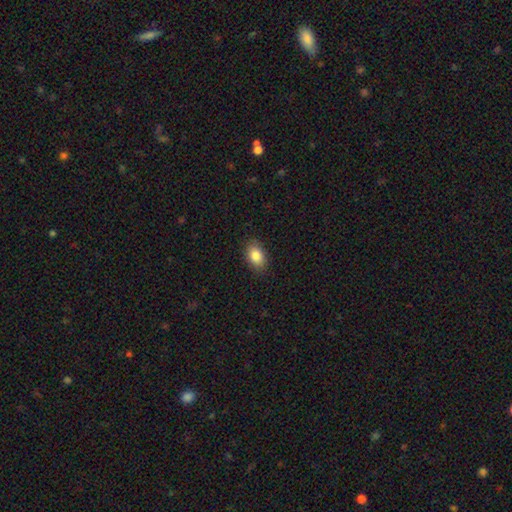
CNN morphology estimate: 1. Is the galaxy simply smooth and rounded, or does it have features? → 85% smooth, 8% star or artifact, 7% featured or disk.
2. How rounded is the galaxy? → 84% in between, 14% round, 1% cigar-shaped.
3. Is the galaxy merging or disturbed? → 87% none, 10% minor disturbance, 2% major disturbance, 1% merger.